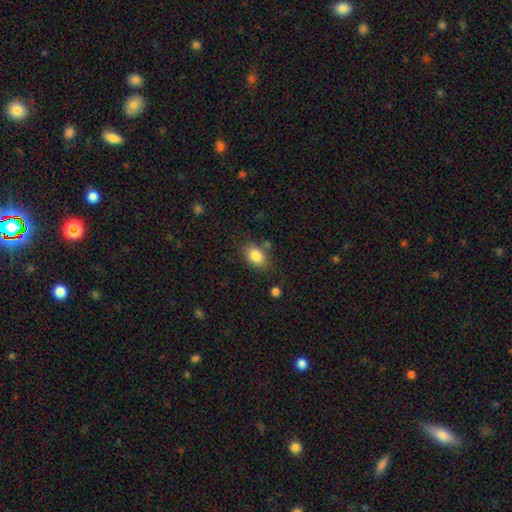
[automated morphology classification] Smooth or featured: smooth — 85% (star or artifact — 8%)
How rounded: in between — 82% (round — 17%)
Merging: none — 76% (minor disturbance — 15%)